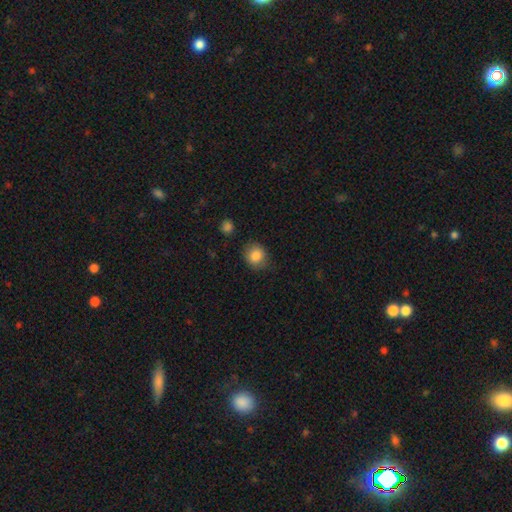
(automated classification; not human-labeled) Smooth or featured: smooth — 85% (star or artifact — 9%)
How rounded: round — 72% (in between — 27%)
Merging: none — 80% (minor disturbance — 15%)